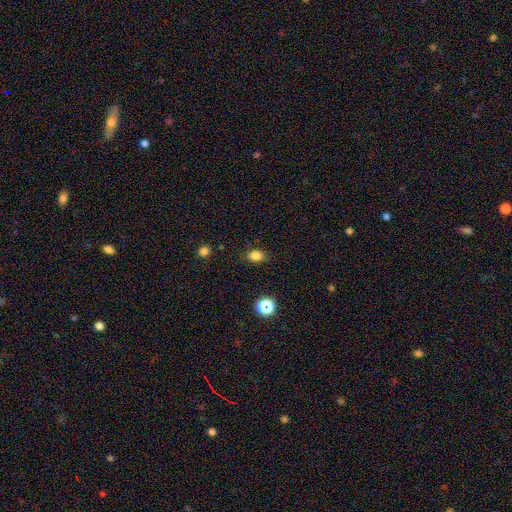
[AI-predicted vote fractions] Smooth or featured?
  - smooth: 81% *
  - star or artifact: 13%
  - featured or disk: 5%
How rounded?
  - in between: 69% *
  - round: 30%
  - cigar-shaped: 1%
Merging?
  - none: 83% *
  - minor disturbance: 12%
  - major disturbance: 3%
  - merger: 1%